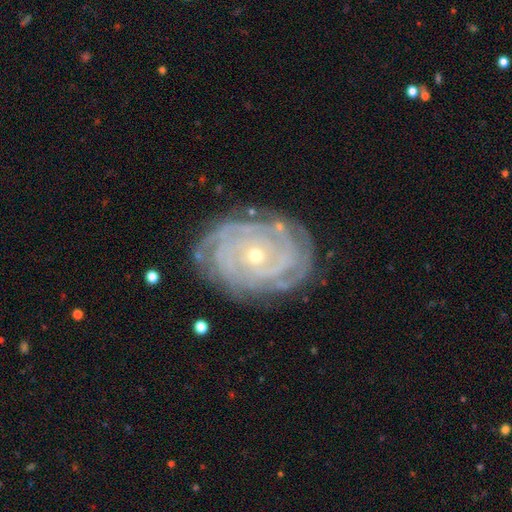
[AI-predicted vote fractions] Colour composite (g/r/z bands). It shows a featured or disk galaxy (88%) with no bar (78%), tight (82%) spiral arms (96%) and a small central bulge (70%). Merging: none (77%).